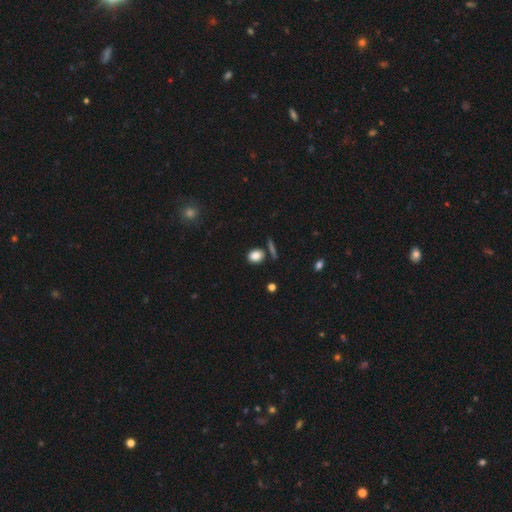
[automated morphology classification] Smooth or featured?
  - smooth: 84% *
  - star or artifact: 9%
  - featured or disk: 6%
How rounded?
  - round: 57% *
  - in between: 41%
  - cigar-shaped: 3%
Merging?
  - none: 77% *
  - minor disturbance: 11%
  - merger: 9%
  - major disturbance: 3%